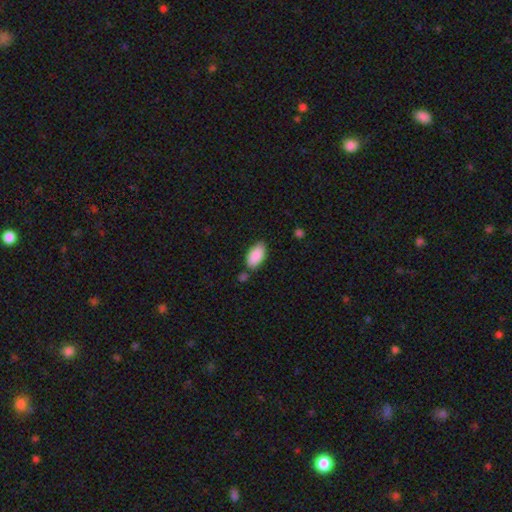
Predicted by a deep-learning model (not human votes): Smooth or featured? smooth (89%)
How rounded? in between (94%)
Merging? none (74%)